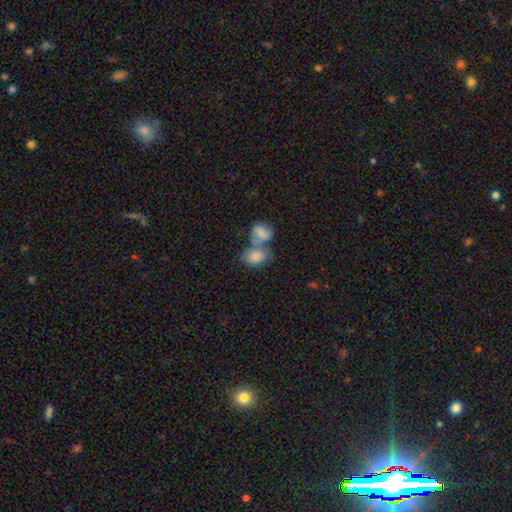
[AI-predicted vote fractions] Smooth or featured? smooth (78%)
How rounded? in between (80%)
Merging? merger (63%)